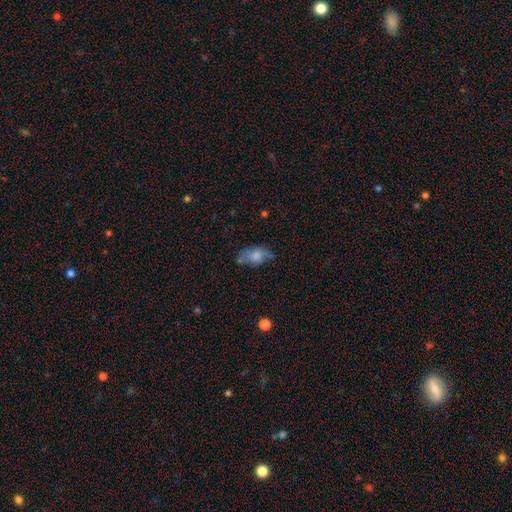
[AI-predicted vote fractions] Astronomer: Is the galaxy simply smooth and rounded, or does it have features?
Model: smooth — 71%.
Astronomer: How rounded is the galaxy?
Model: in between — 89%.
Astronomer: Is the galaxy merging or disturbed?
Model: none — 53% (runner-up: minor disturbance, 29%).